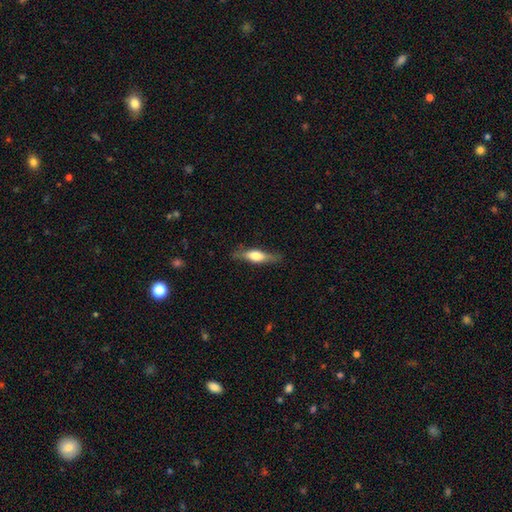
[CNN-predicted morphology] Q: Smooth or featured?
A: featured or disk (49%); runner-up: smooth (45%)
Q: Merging?
A: none (78%); runner-up: minor disturbance (16%)